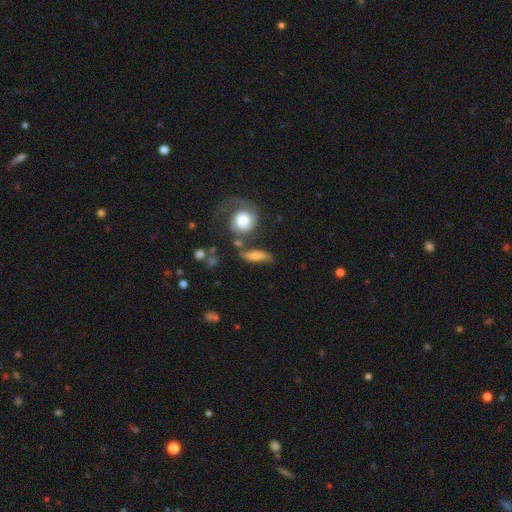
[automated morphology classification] type=smooth (47%); merging=none (55%).